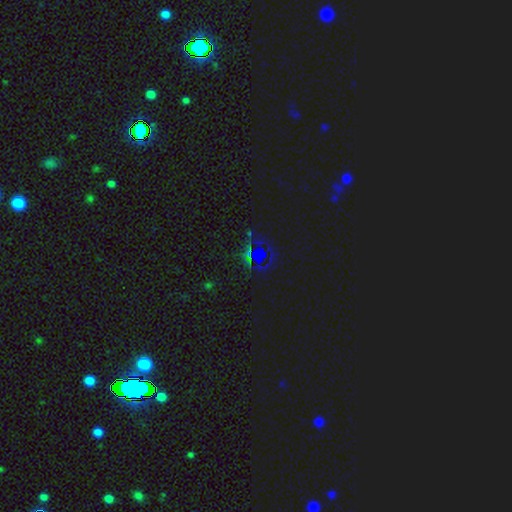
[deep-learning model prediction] A star or artifact, not a galaxy (77%).